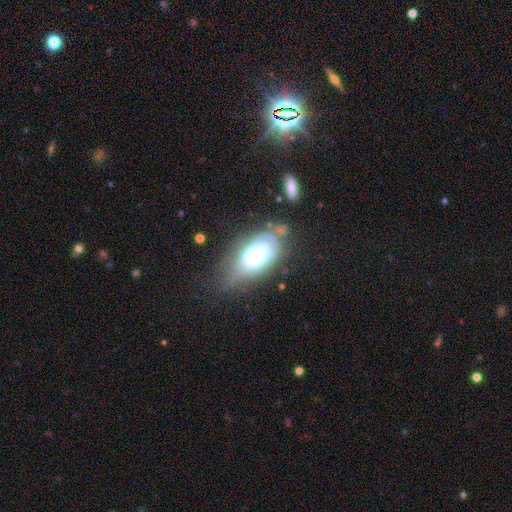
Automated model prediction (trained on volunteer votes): This appears to be a featured or disk galaxy (73%) with no bar (85%), spiral arms (57%) and a moderate central bulge (65%). Merging: none (45%).